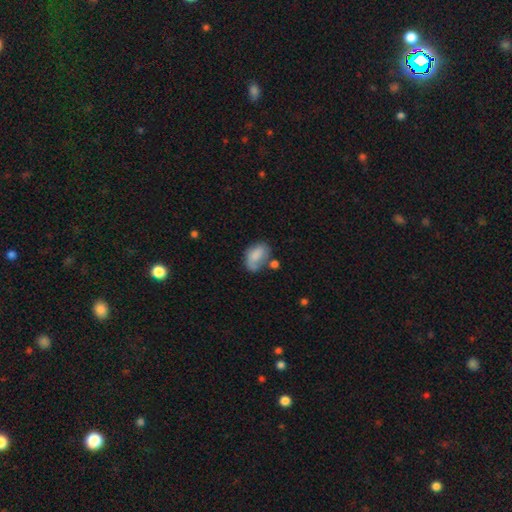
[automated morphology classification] Smooth or featured: smooth — 77% (featured or disk — 15%)
How rounded: in between — 87% (round — 12%)
Merging: none — 42% (minor disturbance — 29%)